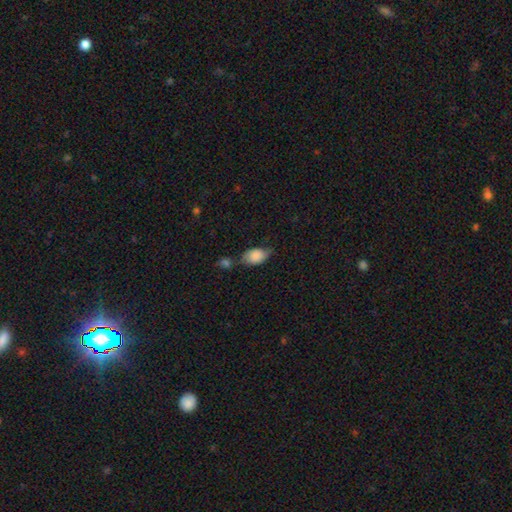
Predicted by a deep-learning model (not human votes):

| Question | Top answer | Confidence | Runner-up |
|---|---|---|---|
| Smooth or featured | smooth | 83% | featured or disk (10%) |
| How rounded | in between | 88% | round (10%) |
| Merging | none | 49% | minor disturbance (28%) |